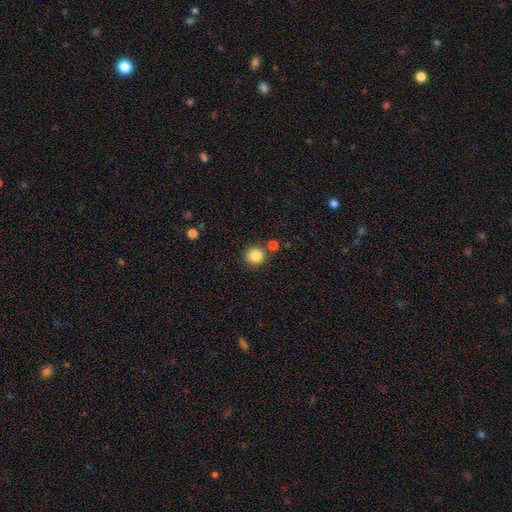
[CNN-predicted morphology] Smooth or featured? Predicted: smooth (p=0.85). How rounded? Predicted: round (p=0.90). Merging? Predicted: none (p=0.81).